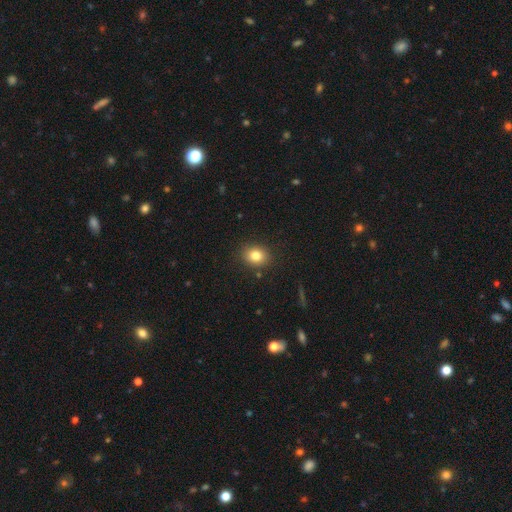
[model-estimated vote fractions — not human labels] Morphology: type=smooth (81%); roundness=round (54%); merging=none (88%).